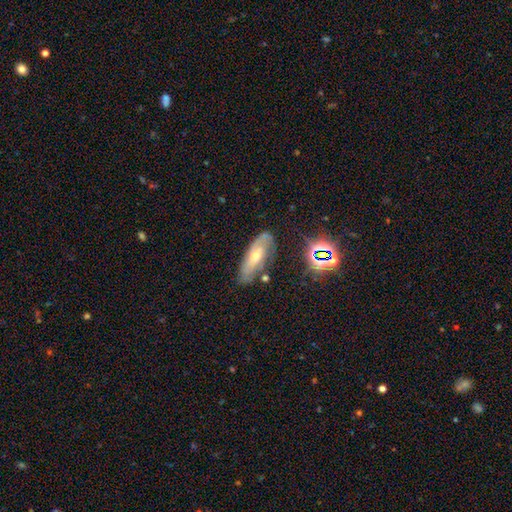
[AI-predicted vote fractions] smooth_or_featured: featured or disk (p=0.58) [alt: smooth p=0.29]
disk_edge_on: no (p=0.79) [alt: yes p=0.21]
merging: none (p=0.65) [alt: minor disturbance p=0.24]